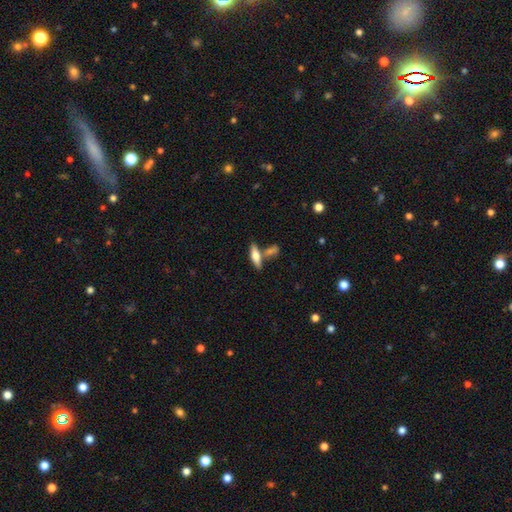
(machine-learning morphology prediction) Smooth or featured? smooth (58%)
How rounded? cigar-shaped (51%)
Merging? none (63%)